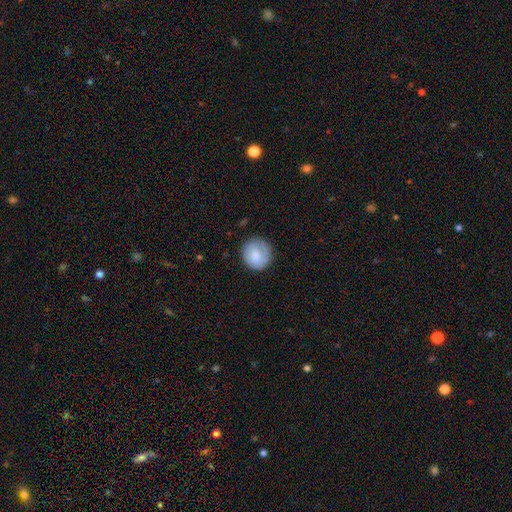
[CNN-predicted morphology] type=smooth (76%); roundness=round (88%); merging=none (77%).